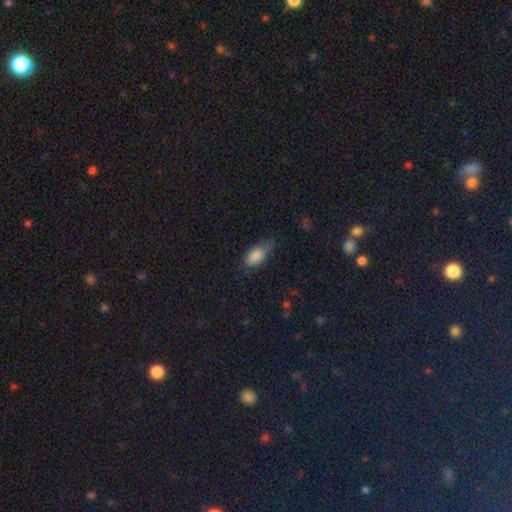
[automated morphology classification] Overall: smooth (84%). How rounded: in between (89%). Merging: none (49%; minor disturbance 36%).